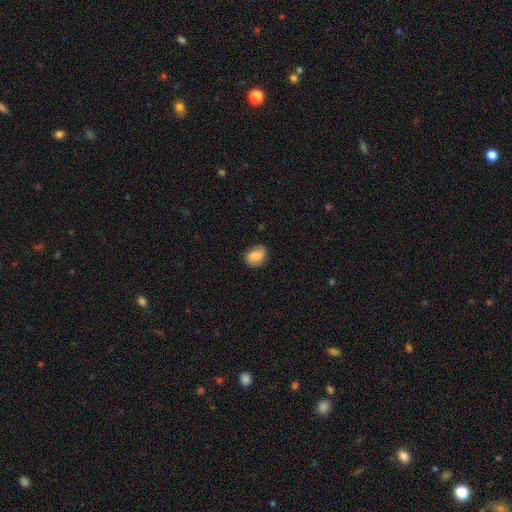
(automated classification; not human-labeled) A featured or disk galaxy (46%, tied with smooth).

Vote fractions:
- Smooth or featured? featured or disk: 46% (tied) / smooth: 46% (tied) / star or artifact: 8%
- Merging? none: 79% / minor disturbance: 15% / major disturbance: 4% / merger: 1%